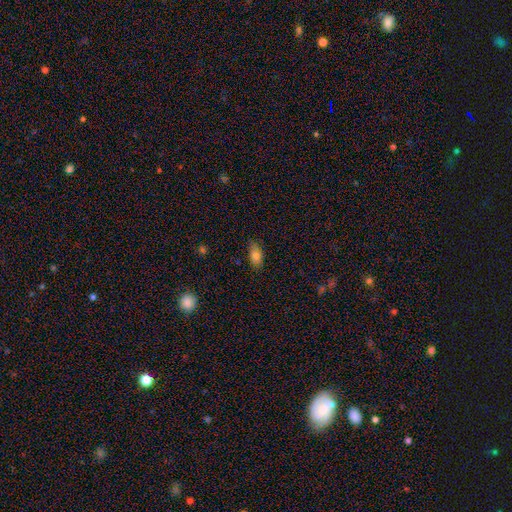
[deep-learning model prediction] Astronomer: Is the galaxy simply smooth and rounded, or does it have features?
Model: smooth — 77%.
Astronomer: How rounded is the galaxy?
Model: in between — 86%.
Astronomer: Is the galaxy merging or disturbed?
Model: none — 80%.